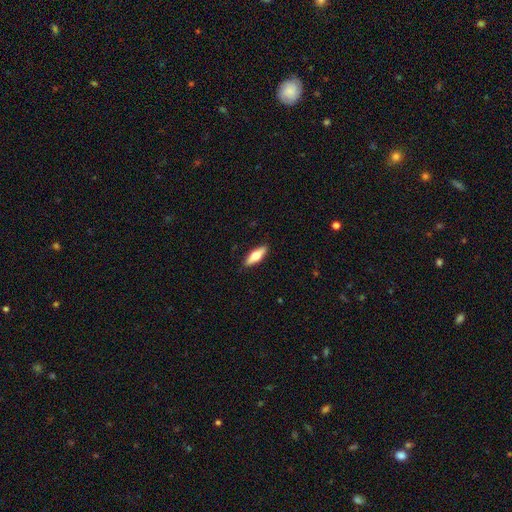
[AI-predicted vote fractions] Smooth or featured?
  - smooth: 62% *
  - featured or disk: 33%
  - star or artifact: 6%
How rounded?
  - in between: 55% *
  - cigar-shaped: 43%
  - round: 2%
Merging?
  - none: 89% *
  - minor disturbance: 8%
  - major disturbance: 2%
  - merger: 1%